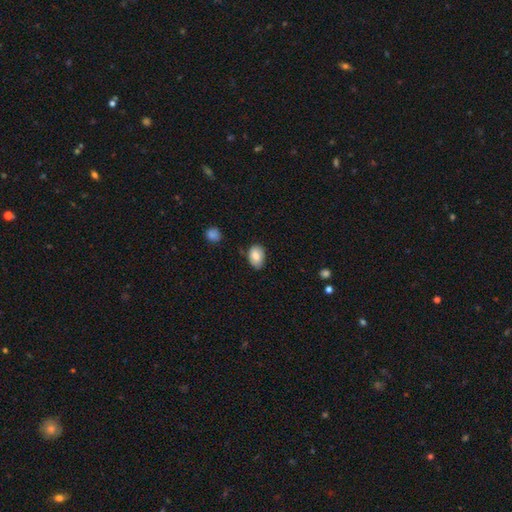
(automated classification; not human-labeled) The model was most divided on "merging": none: 75%, minor disturbance: 20%, major disturbance: 3%, merger: 2%. More confident: how rounded — in between (82%); smooth or featured — smooth (80%).